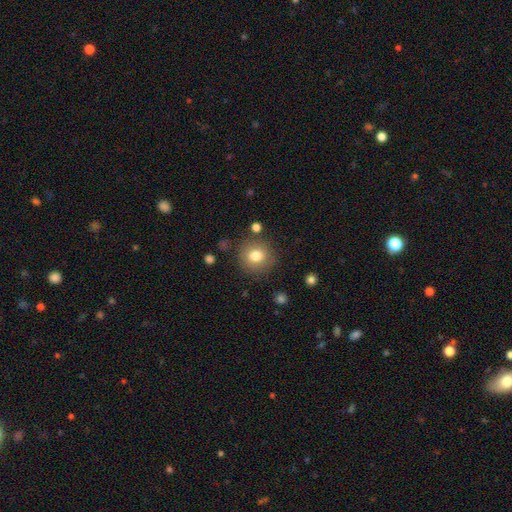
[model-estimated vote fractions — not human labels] This appears to be a smooth galaxy with no disk features (79%) that is round (89%). Merging: none (84%).